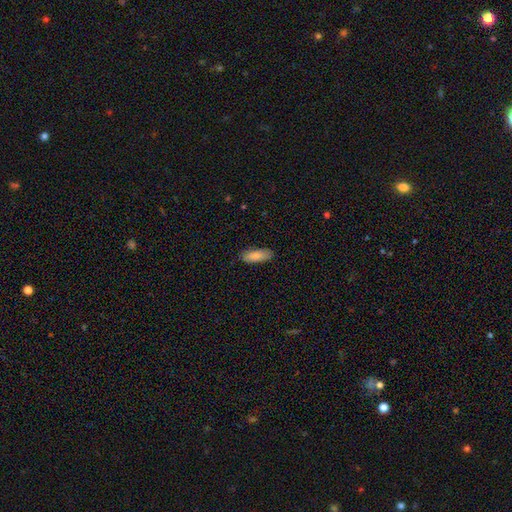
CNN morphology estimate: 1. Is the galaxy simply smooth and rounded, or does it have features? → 87% smooth, 6% featured or disk, 6% star or artifact.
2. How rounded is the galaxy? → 70% in between, 28% cigar-shaped, 2% round.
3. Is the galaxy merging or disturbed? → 85% none, 12% minor disturbance, 2% major disturbance, 1% merger.